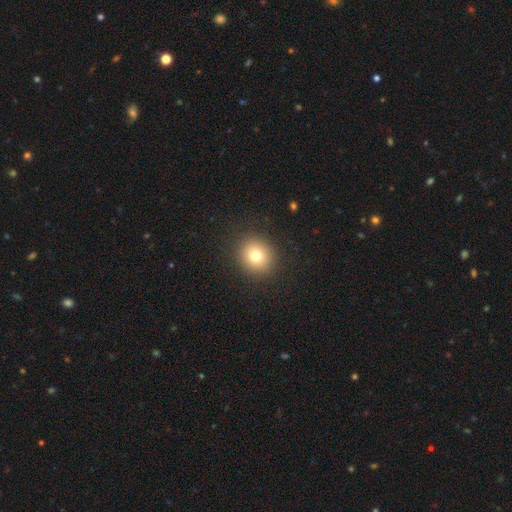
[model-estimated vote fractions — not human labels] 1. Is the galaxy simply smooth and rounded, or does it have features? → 77% smooth, 13% star or artifact, 10% featured or disk.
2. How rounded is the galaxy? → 87% round, 12% in between, 1% cigar-shaped.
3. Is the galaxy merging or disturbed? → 90% none, 6% minor disturbance, 3% major disturbance, 1% merger.